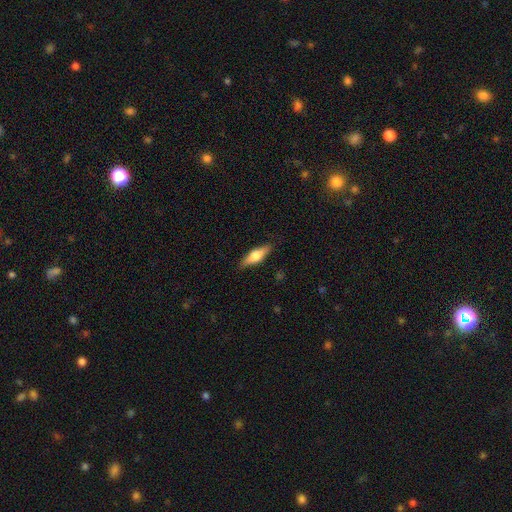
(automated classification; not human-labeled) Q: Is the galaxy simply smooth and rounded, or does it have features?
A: smooth — 50%.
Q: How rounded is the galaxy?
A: cigar-shaped — 49%.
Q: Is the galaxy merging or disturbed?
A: none — 87%.